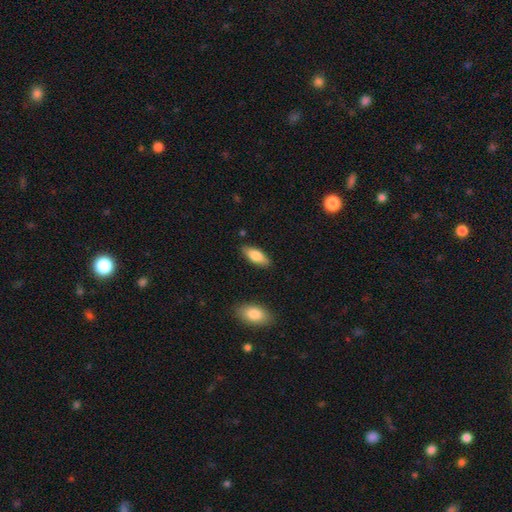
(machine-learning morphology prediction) A smooth galaxy with no disk features (79%) that is in between round and cigar-shaped (77%). Merging: none (85%).